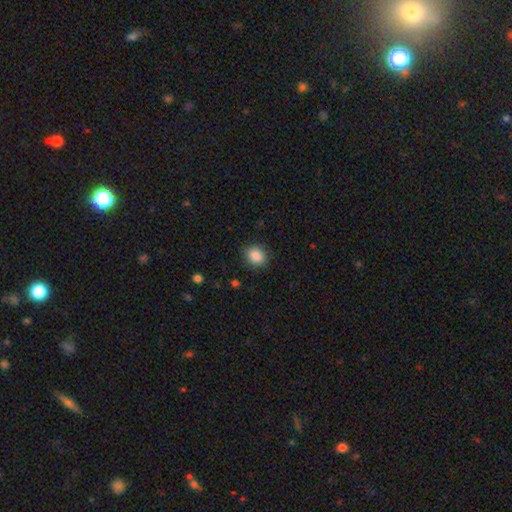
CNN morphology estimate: The model was most divided on "how rounded": round: 61%, in between: 38%, cigar-shaped: 1%. More confident: smooth or featured — smooth (88%); merging — none (87%).